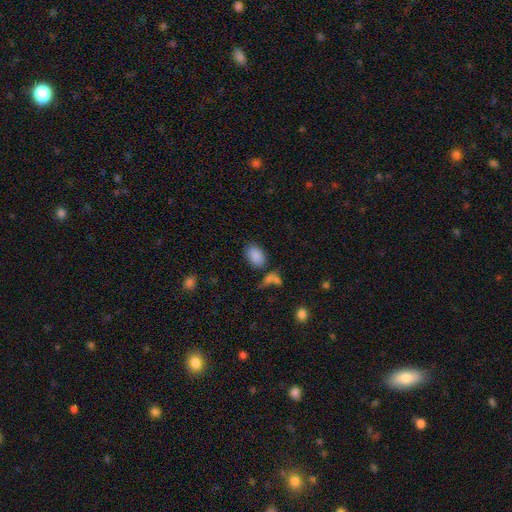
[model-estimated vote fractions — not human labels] Smooth or featured?
  - smooth: 86% *
  - star or artifact: 9%
  - featured or disk: 5%
How rounded?
  - in between: 89% *
  - round: 10%
  - cigar-shaped: 1%
Merging?
  - none: 67% *
  - minor disturbance: 15%
  - merger: 12%
  - major disturbance: 6%